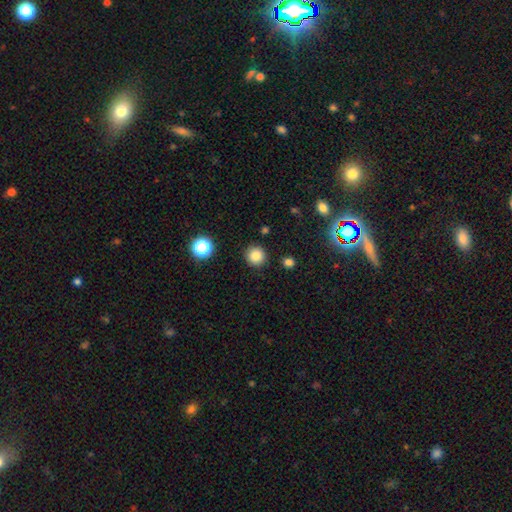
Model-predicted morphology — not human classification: This appears to be a smooth galaxy with no disk features (84%) that is round (93%). Merging: none (89%).